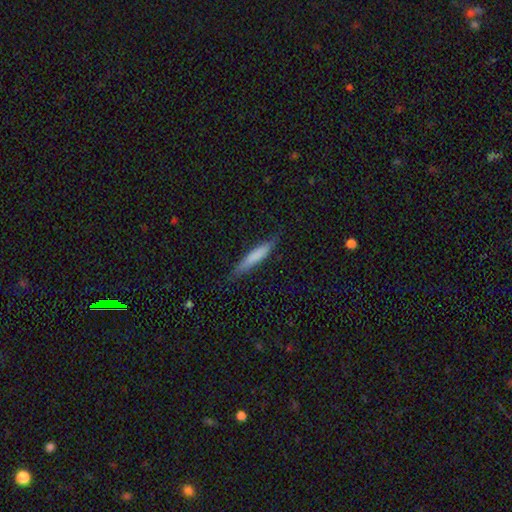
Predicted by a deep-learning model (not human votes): Smooth or featured? Predicted: smooth (p=0.74). How rounded? Predicted: cigar-shaped (p=0.91). Merging? Predicted: none (p=0.81).